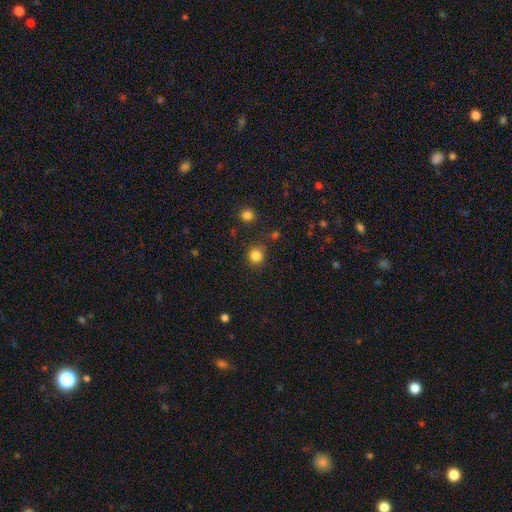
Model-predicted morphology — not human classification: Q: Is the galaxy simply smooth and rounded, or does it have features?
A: smooth — 83%.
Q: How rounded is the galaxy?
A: round — 89%.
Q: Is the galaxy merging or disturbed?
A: none — 80%.